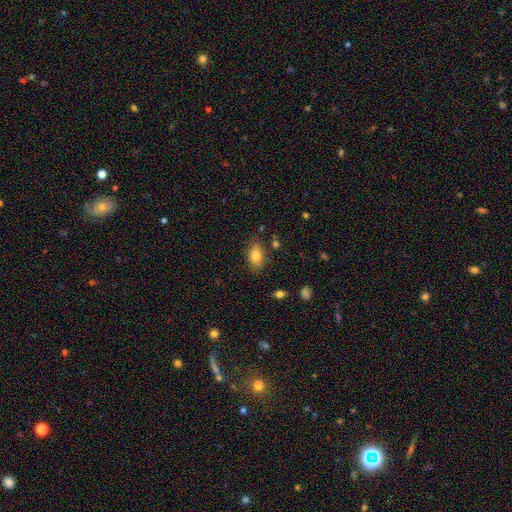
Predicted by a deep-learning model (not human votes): Smooth or featured? smooth (81%)
How rounded? in between (87%)
Merging? none (82%)